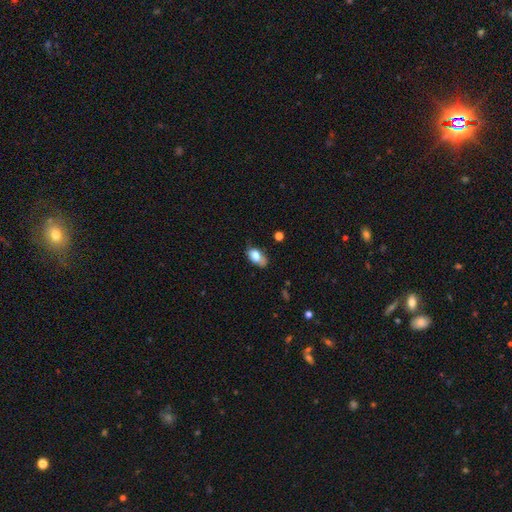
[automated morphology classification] Q: Smooth or featured?
A: smooth (76%); runner-up: featured or disk (16%)
Q: How rounded?
A: in between (90%); runner-up: round (7%)
Q: Merging?
A: none (49%); runner-up: minor disturbance (35%)